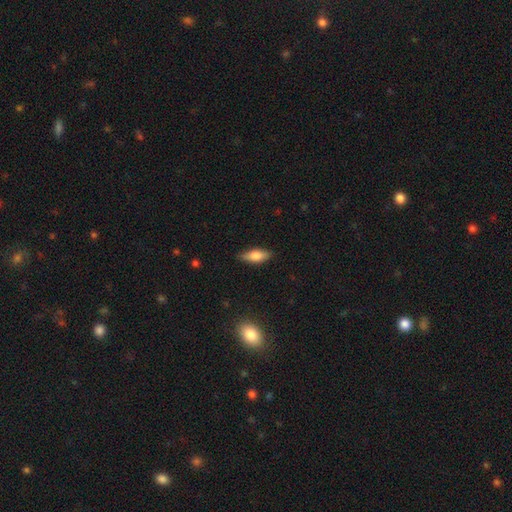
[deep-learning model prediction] Smooth or featured? Predicted: smooth (p=0.72). How rounded? Predicted: in between (p=0.70). Merging? Predicted: none (p=0.85).